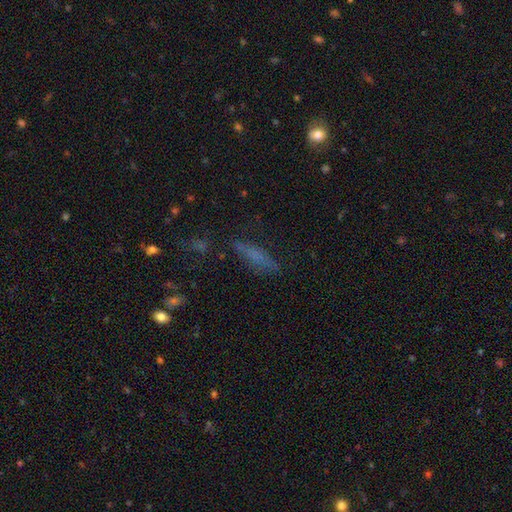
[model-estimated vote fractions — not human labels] This is possibly a smooth galaxy (55%). How rounded: likely cigar-shaped (72%). Merging: likely none (71%).